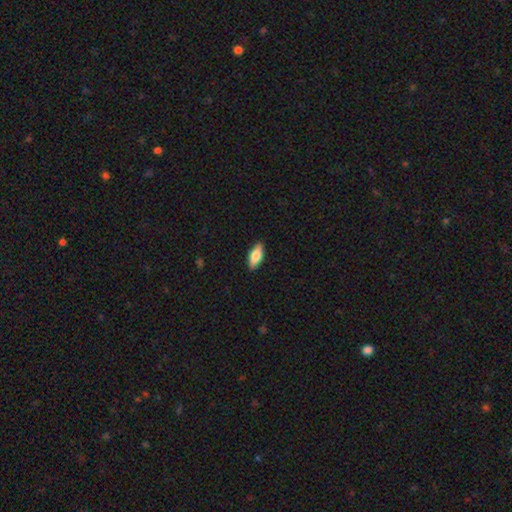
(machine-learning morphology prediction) Smooth or featured? Predicted: smooth (p=0.74). How rounded? Predicted: in between (p=0.78). Merging? Predicted: none (p=0.88).